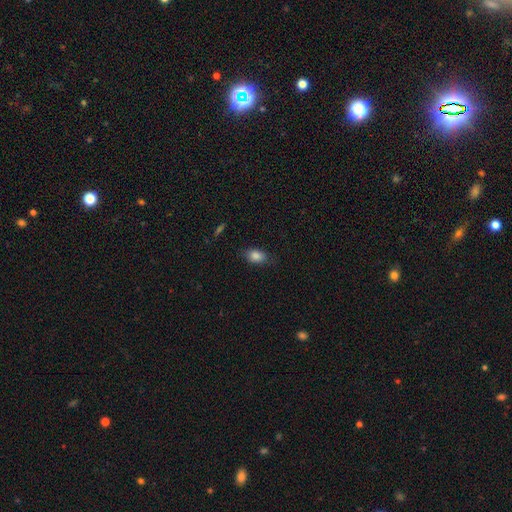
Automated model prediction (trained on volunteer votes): A smooth galaxy with no disk features (85%) that is in between round and cigar-shaped (83%). Merging: none (78%).